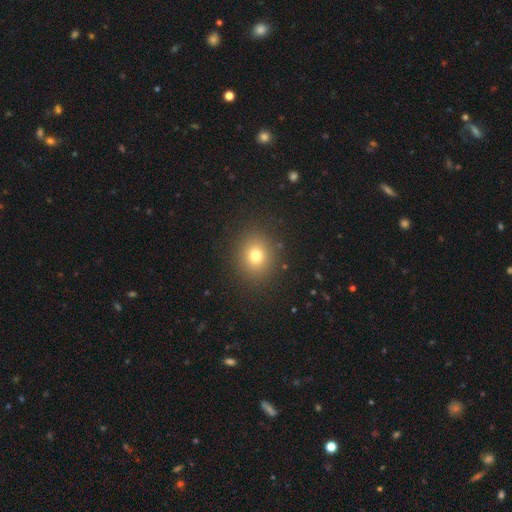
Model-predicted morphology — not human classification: This is likely a smooth galaxy (76%). How rounded: likely round (68%). Merging: clearly none (89%).